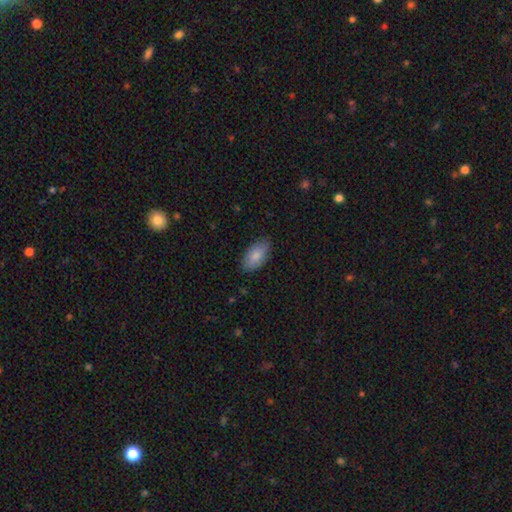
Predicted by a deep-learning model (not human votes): This is clearly a smooth galaxy (84%). How rounded: clearly in between (94%). Merging: clearly none (81%).